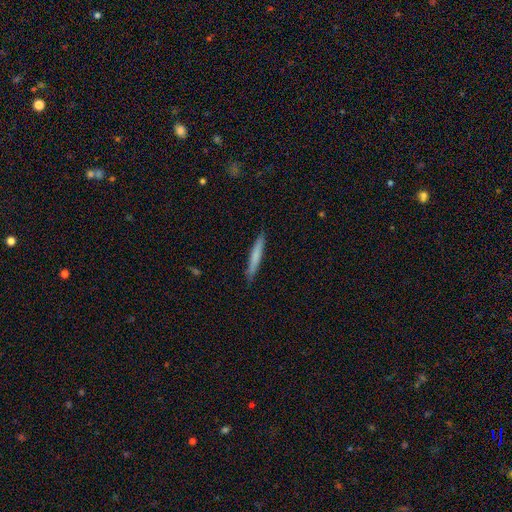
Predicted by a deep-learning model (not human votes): smooth 71%, featured or disk 23%, star or artifact 5%. Down the decision tree: how rounded — cigar-shaped (95%); merging — none (88%).